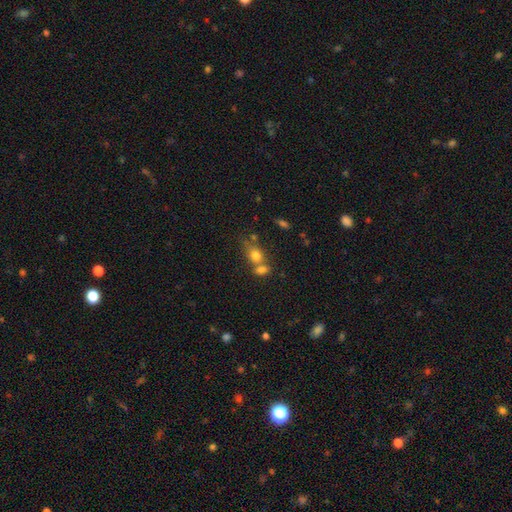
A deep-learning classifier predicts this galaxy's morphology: smooth-or-featured: smooth: 76% | featured or disk: 12% | star or artifact: 12%
  how-rounded: in between: 51% | round: 47% | cigar-shaped: 3%
  merging: merger: 50% | none: 34% | minor disturbance: 11% | major disturbance: 5%